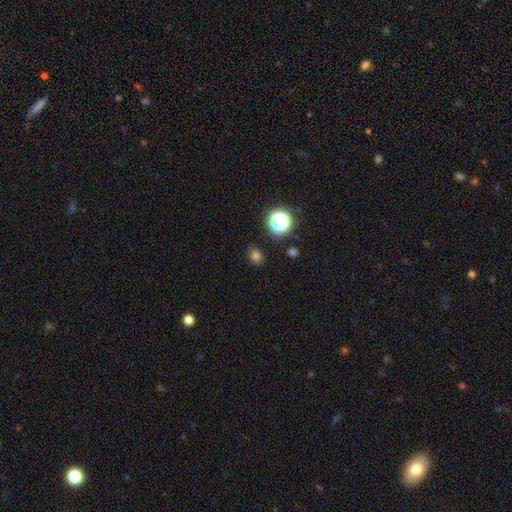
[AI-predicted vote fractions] This appears to be a smooth galaxy with no disk features (75%) that is round (55%). Merging: none (85%).